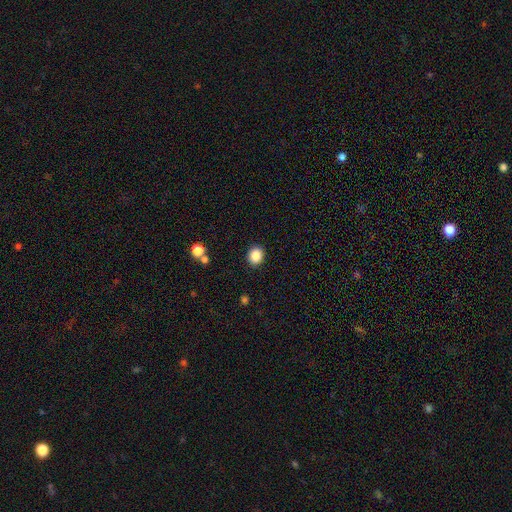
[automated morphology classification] This appears to be a smooth galaxy with no disk features (88%) that is round (60%). Merging: none (89%).